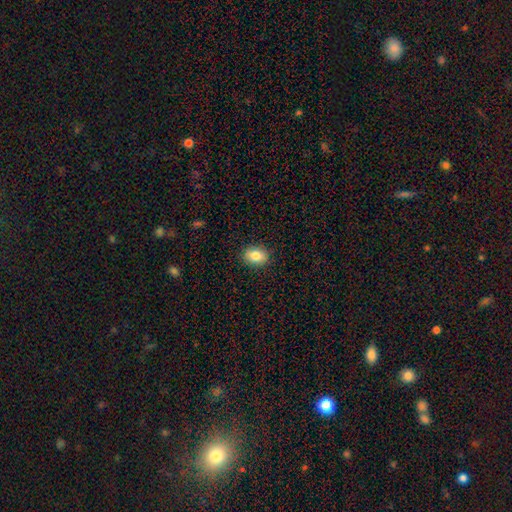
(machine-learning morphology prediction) A smooth galaxy with no disk features (82%) that is in between round and cigar-shaped (71%). Merging: none (89%).